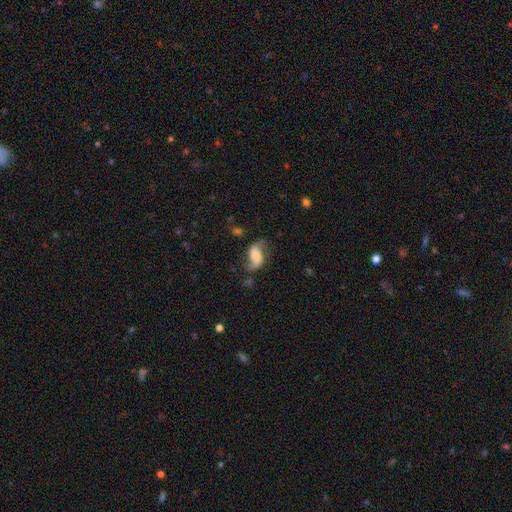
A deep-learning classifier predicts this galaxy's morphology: Overall: featured or disk (60%; smooth 31%). Edge-on disk: no (95%). Bar: no (39%; weak 36%). Spiral arms: yes (89%). Spiral arm count: 2 (87%). Spiral winding: loose (70%). Bulge size: moderate (32%; small 27%). Merging: none (56%; minor disturbance 24%).